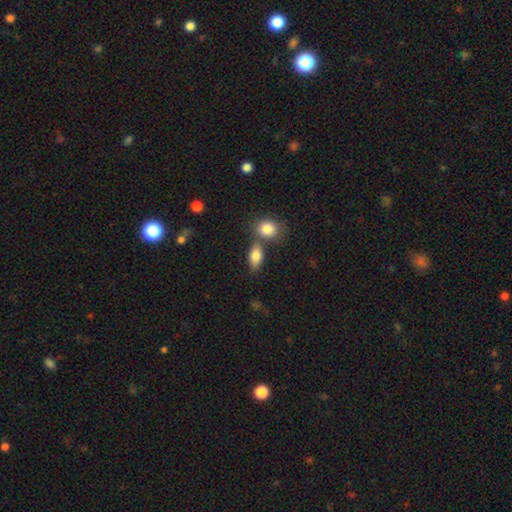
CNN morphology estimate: Smooth or featured? Predicted: smooth (p=0.83). How rounded? Predicted: in between (p=0.85). Merging? Predicted: none (p=0.59).